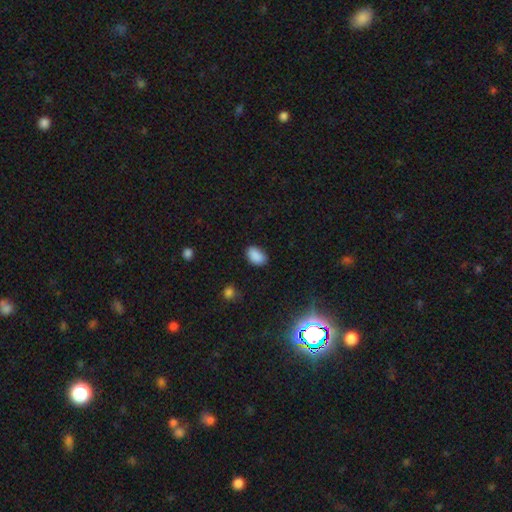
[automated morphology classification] Smooth or featured? Predicted: smooth (p=0.87). How rounded? Predicted: in between (p=0.87). Merging? Predicted: none (p=0.80).